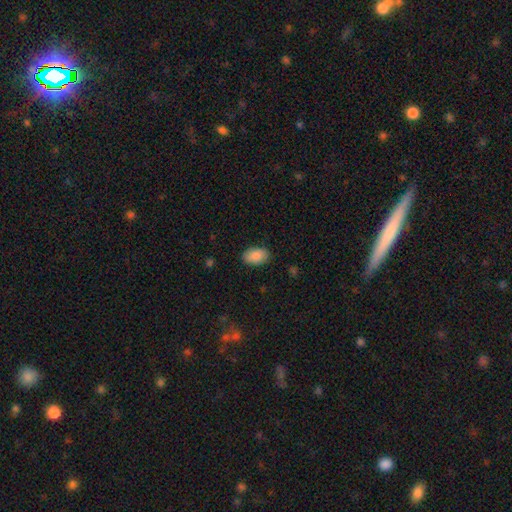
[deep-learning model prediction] Overall: smooth (88%). How rounded: in between (93%). Merging: none (86%).